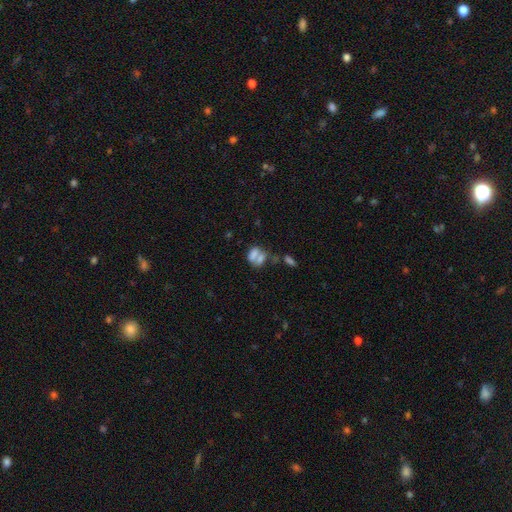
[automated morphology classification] smooth 62%, featured or disk 24%, star or artifact 13%. Down the decision tree: how rounded — in between (72%); merging — merger (53%).